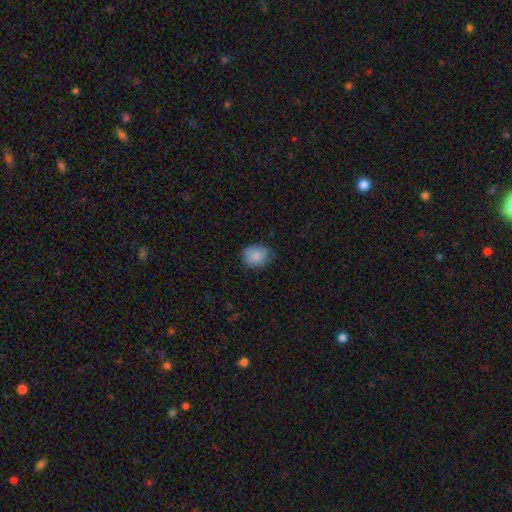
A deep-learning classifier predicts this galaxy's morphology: type=smooth (85%); roundness=in between (52%); merging=none (72%).